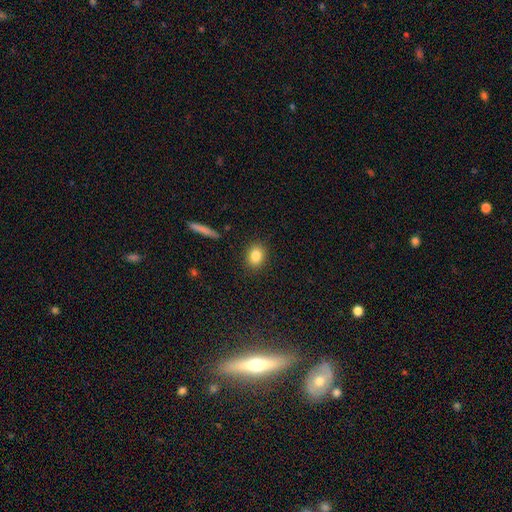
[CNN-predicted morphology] type=smooth (83%); roundness=round (50%); merging=none (88%).